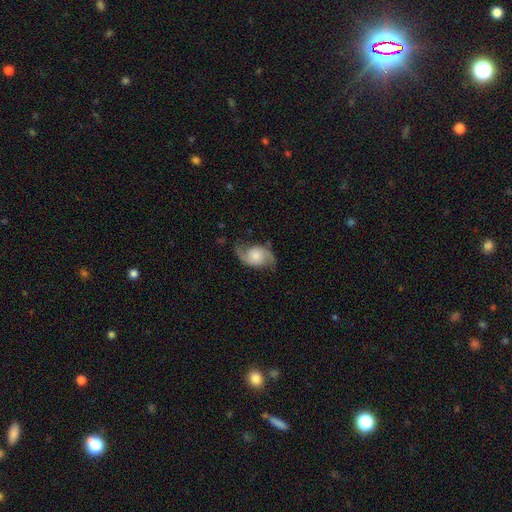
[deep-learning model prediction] smooth_or_featured: featured or disk (p=0.83) [alt: smooth p=0.11]
disk_edge_on: no (p=0.97) [alt: yes p=0.03]
bar: no (p=0.68) [alt: weak p=0.27]
has_spiral_arms: yes (p=0.97) [alt: no p=0.03]
spiral_winding: loose (p=0.50) [alt: medium p=0.39]
spiral_arm_count: 2 (p=0.93) [alt: can't tell p=0.02]
bulge_size: moderate (p=0.30) [alt: small p=0.25]
merging: none (p=0.74) [alt: minor disturbance p=0.17]